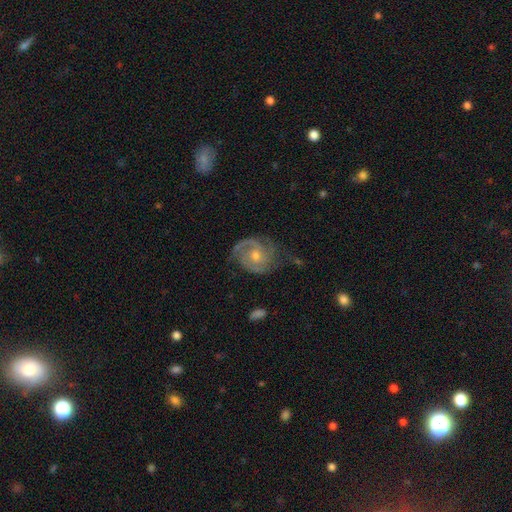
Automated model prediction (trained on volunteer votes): Overall: featured or disk (86%). Edge-on disk: no (98%). Bar: no (70%). Spiral arms: yes (96%). Spiral arm count: 2 (55%; 3 18%). Spiral winding: tight (51%; medium 39%). Bulge size: moderate (57%; small 40%). Merging: none (68%).